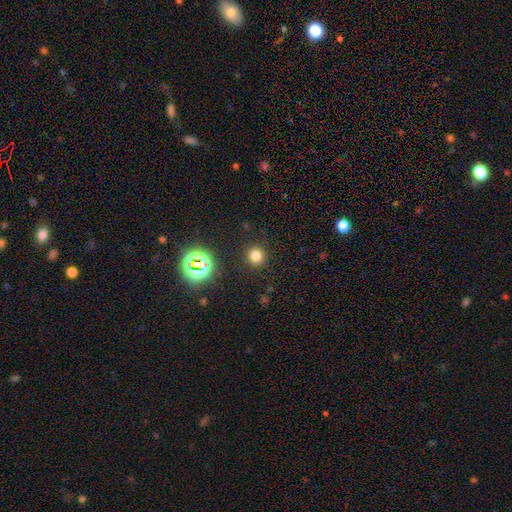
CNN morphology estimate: Q: Smooth or featured?
A: smooth (74%); runner-up: star or artifact (21%)
Q: How rounded?
A: round (92%); runner-up: in between (7%)
Q: Merging?
A: none (90%); runner-up: minor disturbance (6%)